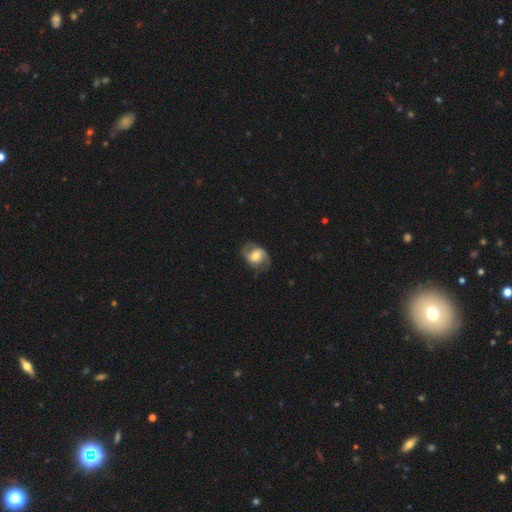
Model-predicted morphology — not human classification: Q: Smooth or featured?
A: featured or disk (69%); runner-up: smooth (24%)
Q: Edge-on disk?
A: no (97%); runner-up: yes (3%)
Q: Bar?
A: weak (42%); runner-up: no (39%)
Q: Spiral arms?
A: yes (89%); runner-up: no (11%)
Q: Spiral winding?
A: medium (47%); runner-up: loose (33%)
Q: Spiral arm count?
A: 2 (88%); runner-up: can't tell (6%)
Q: Bulge size?
A: moderate (60%); runner-up: small (25%)
Q: Merging?
A: none (74%); runner-up: minor disturbance (17%)